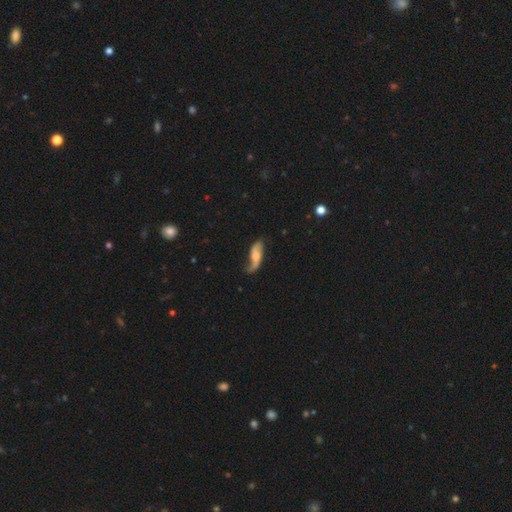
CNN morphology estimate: Smooth or featured: featured or disk — 68% (smooth — 26%)
Edge-on disk: no — 86% (yes — 14%)
Bar: no — 56% (weak — 33%)
Spiral arms: yes — 90% (no — 10%)
Spiral winding: loose — 75% (medium — 18%)
Spiral arm count: 2 — 80% (1 — 11%)
Bulge size: moderate — 47% (small — 36%)
Merging: none — 53% (minor disturbance — 28%)